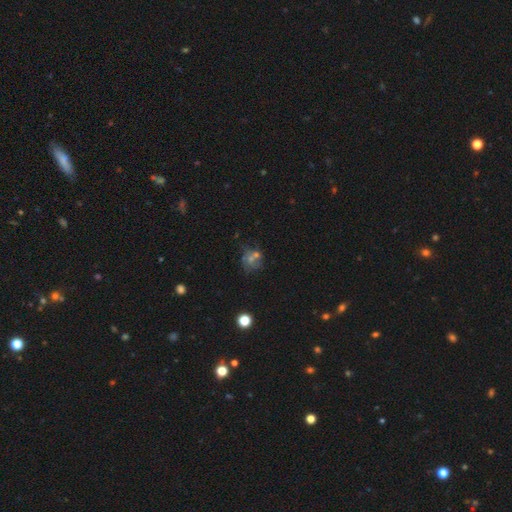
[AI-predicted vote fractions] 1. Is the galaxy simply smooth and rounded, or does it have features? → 38% smooth, 35% star or artifact, 27% featured or disk.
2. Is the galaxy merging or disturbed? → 52% none, 22% merger, 15% minor disturbance, 11% major disturbance.